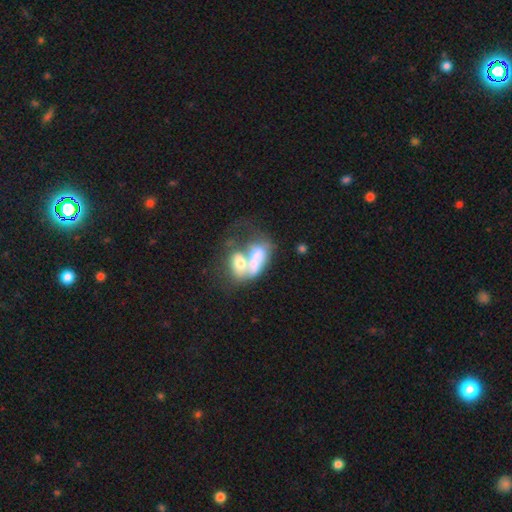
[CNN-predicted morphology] A featured or disk galaxy (47%).

Vote fractions:
- Smooth or featured? featured or disk: 47% / smooth: 43% / star or artifact: 10%
- Merging? merger: 74% / major disturbance: 12% / none: 9% / minor disturbance: 5%